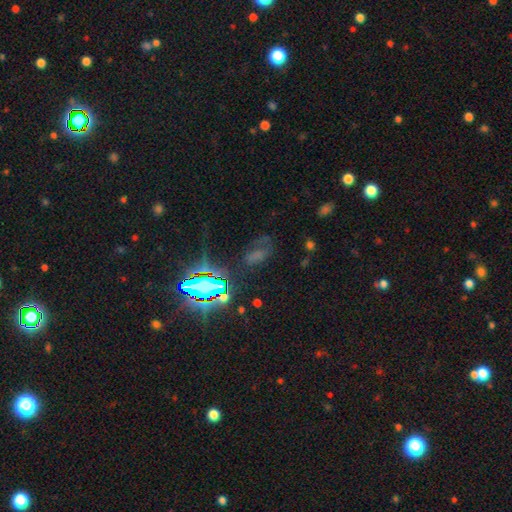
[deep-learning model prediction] smooth_or_featured: star or artifact (p=0.70) [alt: smooth p=0.17]